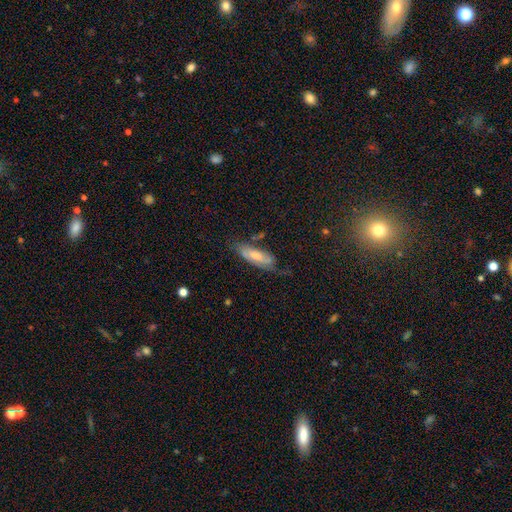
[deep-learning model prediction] Overall: smooth (49%; featured or disk 44%). Merging: none (53%; minor disturbance 29%).